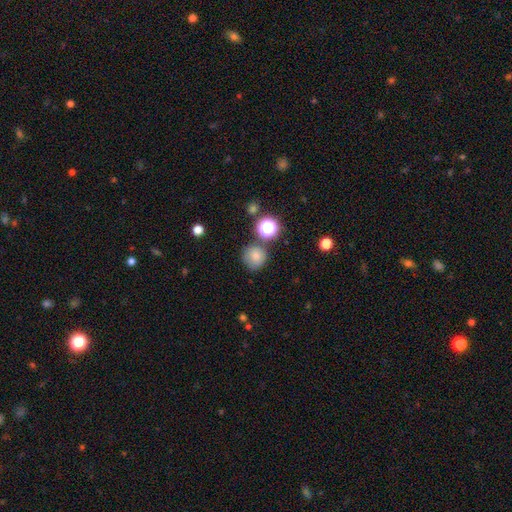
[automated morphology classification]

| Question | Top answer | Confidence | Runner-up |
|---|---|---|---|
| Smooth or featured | smooth | 77% | star or artifact (15%) |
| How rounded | round | 91% | in between (8%) |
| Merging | none | 75% | minor disturbance (12%) |